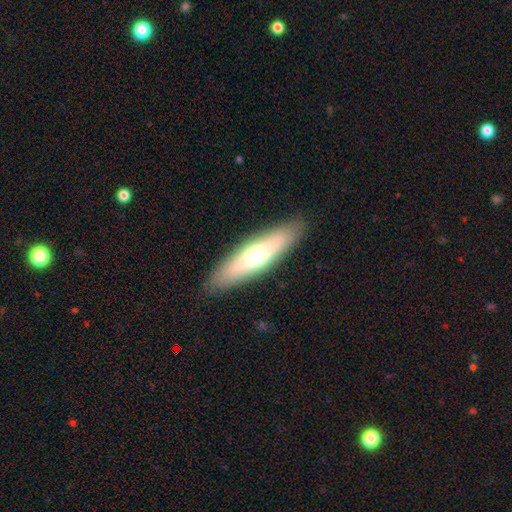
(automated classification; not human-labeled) Smooth or featured? smooth (57%)
How rounded? cigar-shaped (68%)
Merging? none (89%)